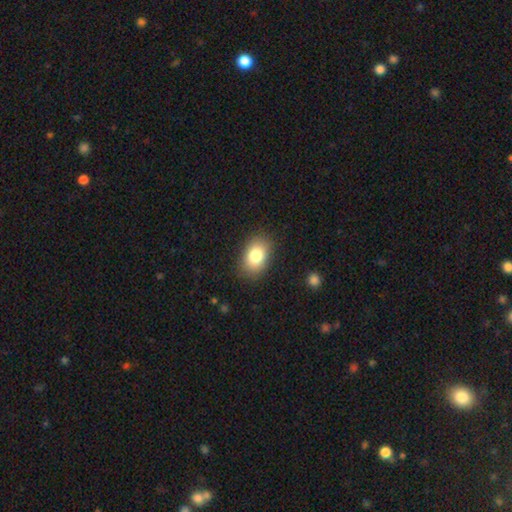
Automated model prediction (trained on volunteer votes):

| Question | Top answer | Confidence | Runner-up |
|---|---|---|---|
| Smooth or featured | smooth | 81% | featured or disk (11%) |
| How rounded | in between | 82% | round (17%) |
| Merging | none | 85% | minor disturbance (10%) |